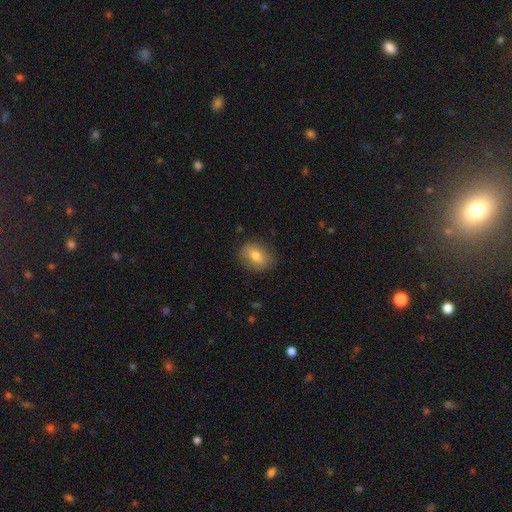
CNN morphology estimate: smooth-or-featured: smooth: 76% | featured or disk: 16% | star or artifact: 8%
  how-rounded: in between: 62% | round: 36% | cigar-shaped: 1%
  merging: none: 83% | minor disturbance: 12% | major disturbance: 3% | merger: 1%